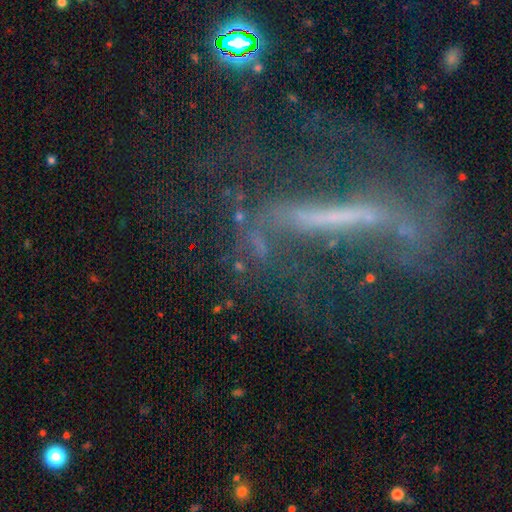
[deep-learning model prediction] This is likely a featured or disk galaxy (73%). It is likely not viewed edge-on (67%). Merging: possibly none (50%).